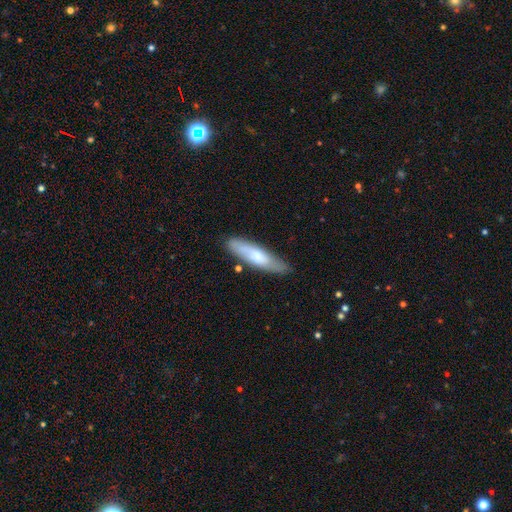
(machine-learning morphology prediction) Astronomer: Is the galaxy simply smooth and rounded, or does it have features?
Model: smooth — 64%.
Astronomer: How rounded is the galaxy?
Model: cigar-shaped — 71%.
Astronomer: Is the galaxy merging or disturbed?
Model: none — 78%.